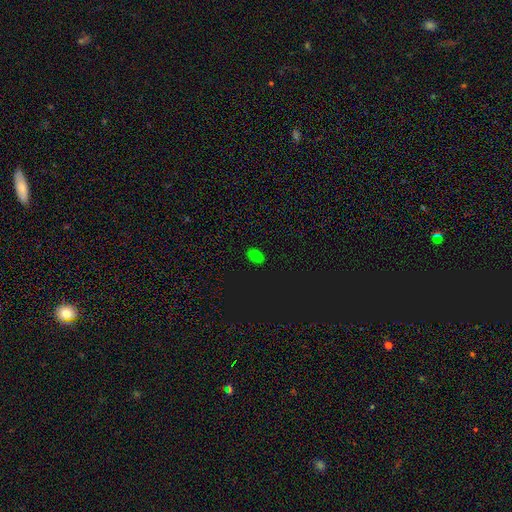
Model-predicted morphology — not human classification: Smooth or featured: smooth — 71% (star or artifact — 25%)
How rounded: in between — 89% (round — 10%)
Merging: none — 87% (minor disturbance — 9%)